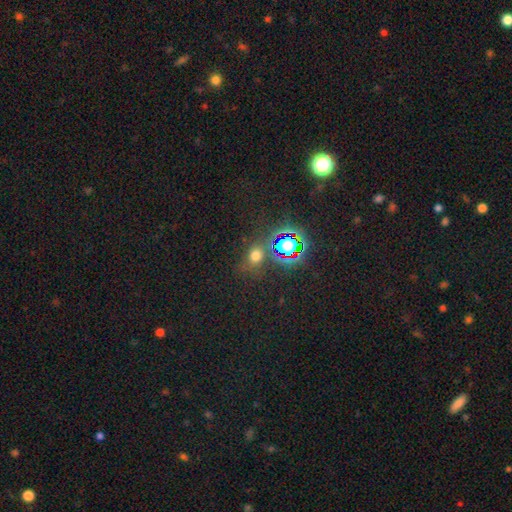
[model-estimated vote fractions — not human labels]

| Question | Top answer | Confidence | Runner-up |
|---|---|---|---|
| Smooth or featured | smooth | 52% | star or artifact (40%) |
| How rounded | round | 56% | in between (41%) |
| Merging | none | 73% | minor disturbance (14%) |